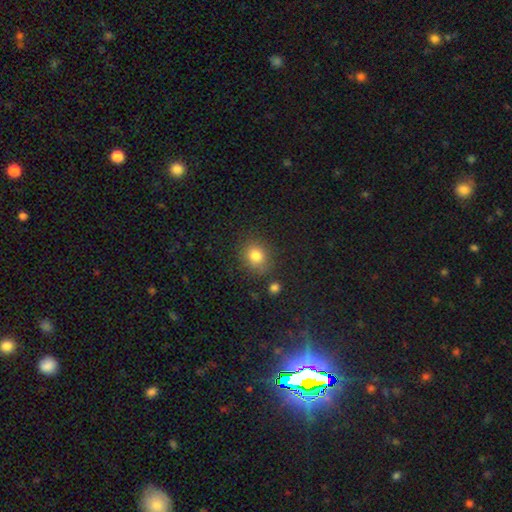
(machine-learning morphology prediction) Smooth or featured?
  - smooth: 82% *
  - star or artifact: 12%
  - featured or disk: 7%
How rounded?
  - round: 69% *
  - in between: 30%
  - cigar-shaped: 1%
Merging?
  - none: 81% *
  - minor disturbance: 12%
  - major disturbance: 4%
  - merger: 3%